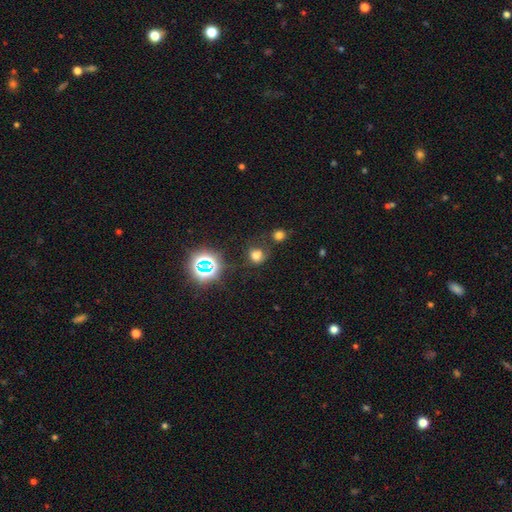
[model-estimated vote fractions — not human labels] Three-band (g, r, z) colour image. It shows a smooth galaxy with no disk features (64%) that is round (74%). Merging: none (63%).